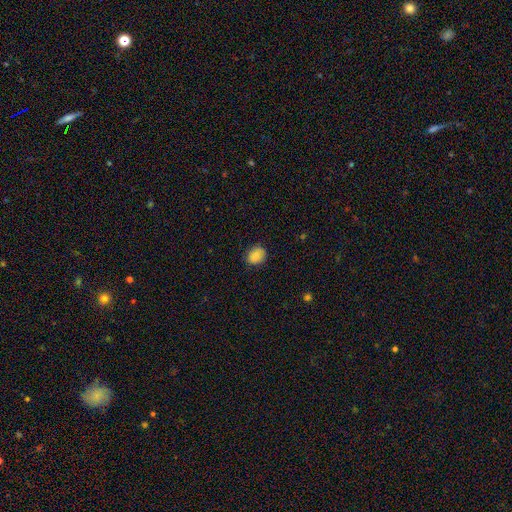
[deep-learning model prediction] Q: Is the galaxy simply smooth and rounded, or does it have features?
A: smooth — 87%.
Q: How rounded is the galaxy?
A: round — 55%.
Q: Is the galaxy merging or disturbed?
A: none — 81%.